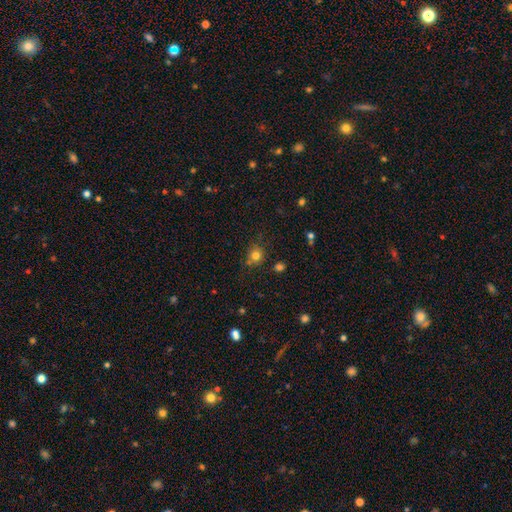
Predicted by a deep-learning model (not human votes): Q: Smooth or featured?
A: smooth (78%); runner-up: star or artifact (15%)
Q: How rounded?
A: round (84%); runner-up: in between (15%)
Q: Merging?
A: none (76%); runner-up: minor disturbance (14%)